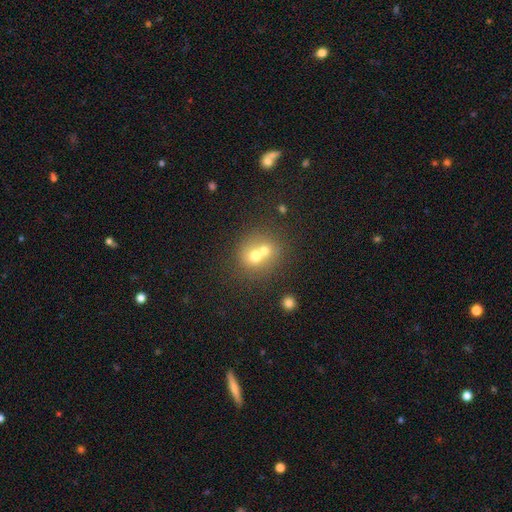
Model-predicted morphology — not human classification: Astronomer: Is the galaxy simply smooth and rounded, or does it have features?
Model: smooth — 64%.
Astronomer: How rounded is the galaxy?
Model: round — 80%.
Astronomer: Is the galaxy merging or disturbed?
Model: merger — 61%.